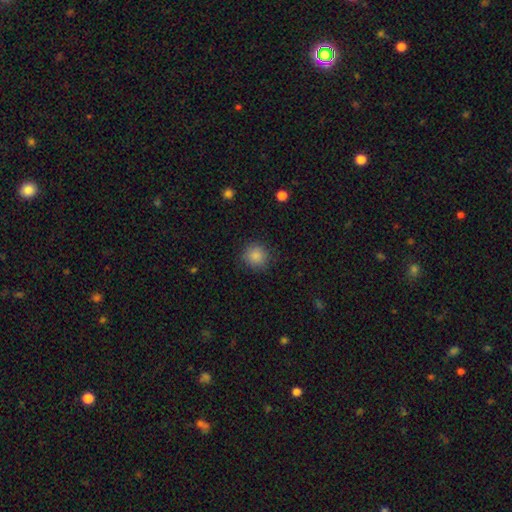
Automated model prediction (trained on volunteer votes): Overall: smooth (86%). How rounded: round (91%). Merging: none (87%).